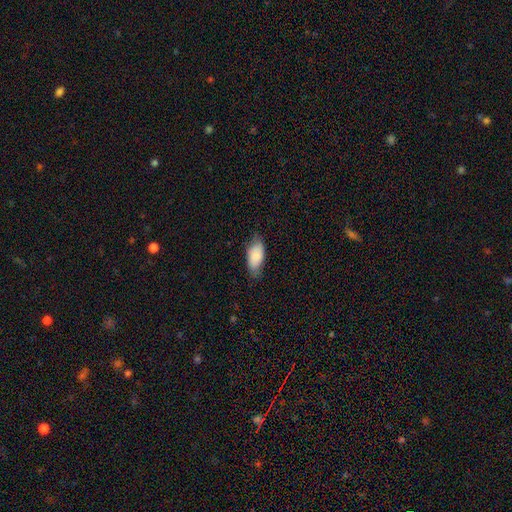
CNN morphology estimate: This appears to be a smooth galaxy with no disk features (83%) that is in between round and cigar-shaped (92%). Merging: none (67%).